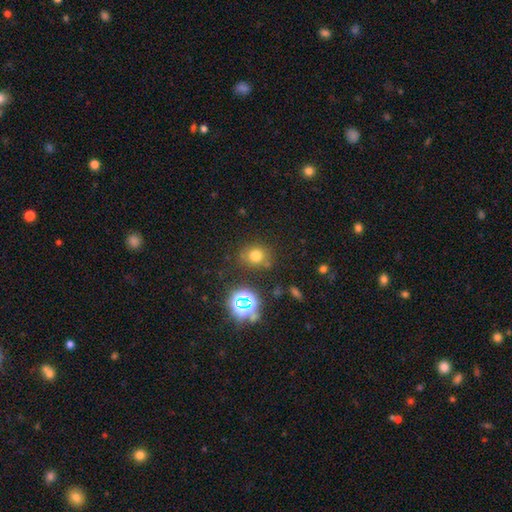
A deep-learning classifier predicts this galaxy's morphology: Overall: smooth (69%). How rounded: round (76%). Merging: none (76%).